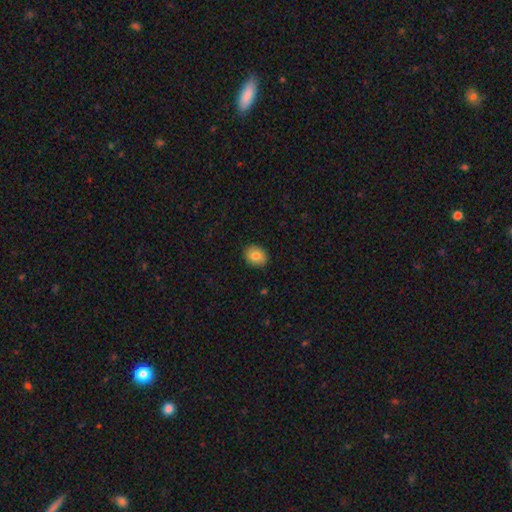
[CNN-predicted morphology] Overall: smooth (83%). How rounded: round (62%; in between 37%). Merging: none (90%).